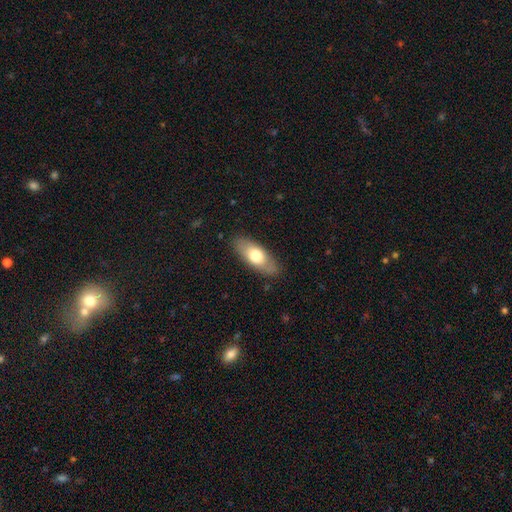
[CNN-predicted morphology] Smooth or featured? smooth (68%)
How rounded? in between (77%)
Merging? none (85%)